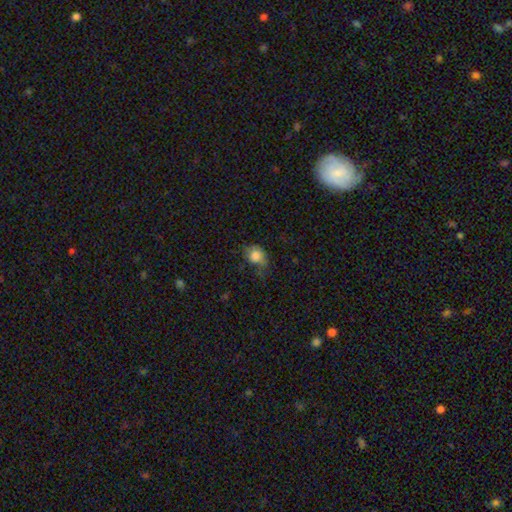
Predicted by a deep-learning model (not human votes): A smooth galaxy with no disk features (81%) that is round (62%).

Vote fractions:
- Smooth or featured? smooth: 81% / featured or disk: 10% / star or artifact: 9%
- How rounded? round: 62% / in between: 37% / cigar-shaped: 1%
- Merging? none: 49% / minor disturbance: 33% / major disturbance: 16% / merger: 2%